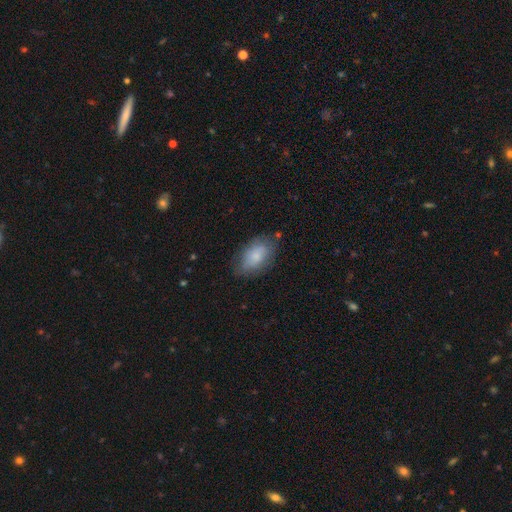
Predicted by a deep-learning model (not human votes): smooth-or-featured: smooth: 77% | featured or disk: 17% | star or artifact: 7%
  how-rounded: in between: 92% | round: 6% | cigar-shaped: 2%
  merging: none: 70% | minor disturbance: 22% | major disturbance: 7% | merger: 2%